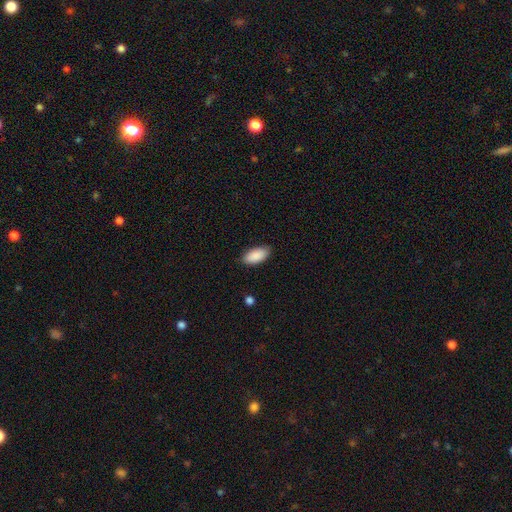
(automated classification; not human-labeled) Overall: smooth (90%). How rounded: in between (93%). Merging: none (85%).